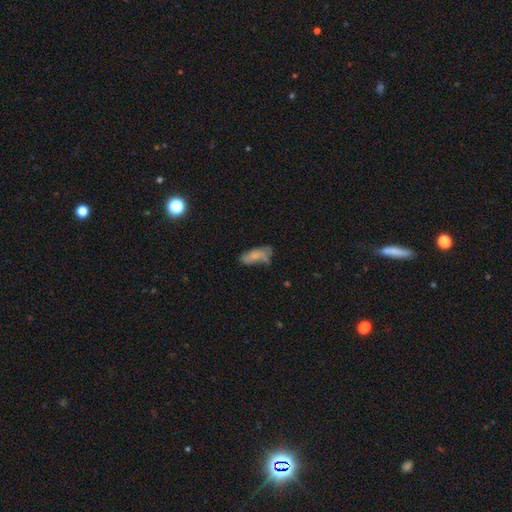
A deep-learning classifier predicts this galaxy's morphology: The model was most divided on "merging": none: 41%, minor disturbance: 32%, major disturbance: 18%, merger: 9%. More confident: how rounded — in between (77%); smooth or featured — smooth (69%).